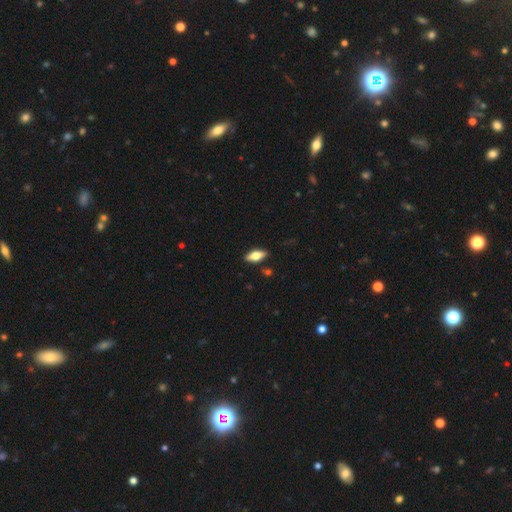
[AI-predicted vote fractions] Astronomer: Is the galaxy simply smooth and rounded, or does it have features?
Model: smooth — 64%.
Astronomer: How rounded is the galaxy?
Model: in between — 80%.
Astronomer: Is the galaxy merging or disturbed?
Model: none — 87%.